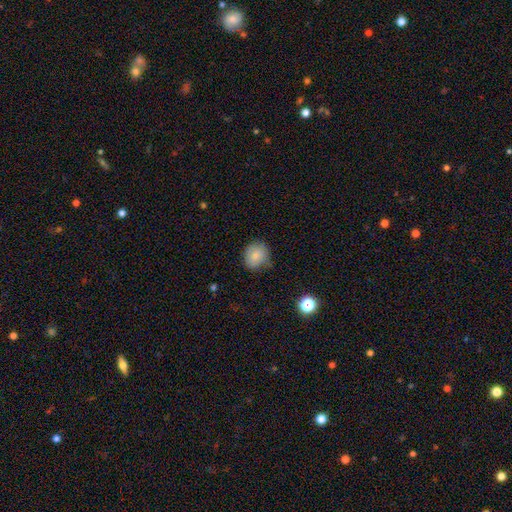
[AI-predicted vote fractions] Smooth or featured? smooth (82%)
How rounded? round (72%)
Merging? none (63%)